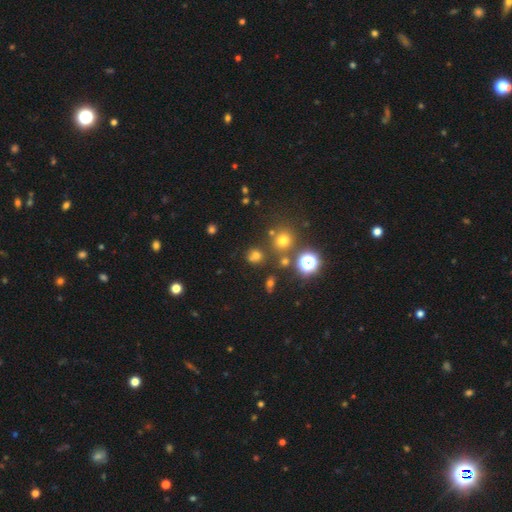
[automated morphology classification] A smooth galaxy with no disk features (64%) that is round (83%). Merging: none (76%).